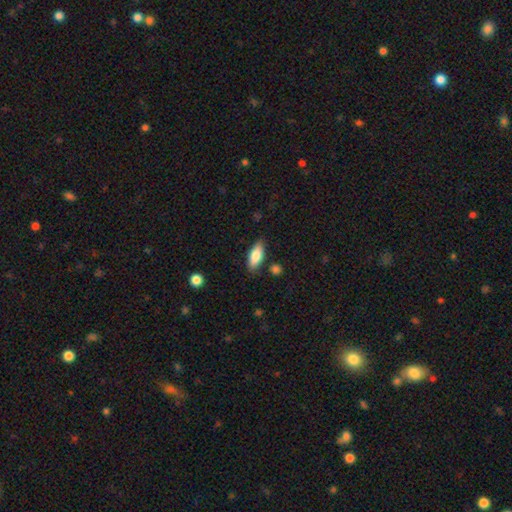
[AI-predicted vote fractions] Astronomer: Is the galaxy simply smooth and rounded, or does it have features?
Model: smooth — 81%.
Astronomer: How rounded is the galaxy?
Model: in between — 79%.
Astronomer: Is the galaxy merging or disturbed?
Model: none — 82%.